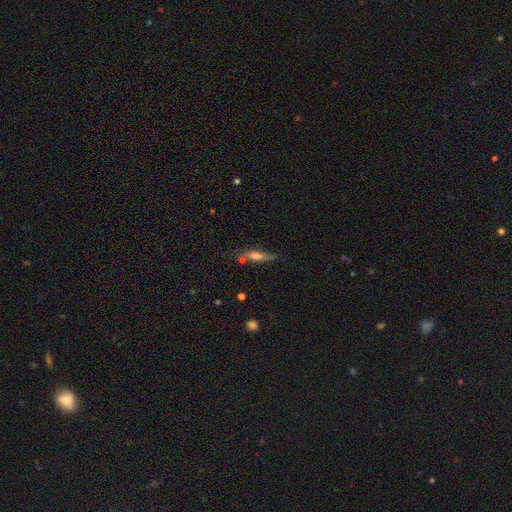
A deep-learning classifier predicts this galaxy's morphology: This is possibly a smooth galaxy (51%). How rounded: likely cigar-shaped (80%). Merging: likely none (66%).